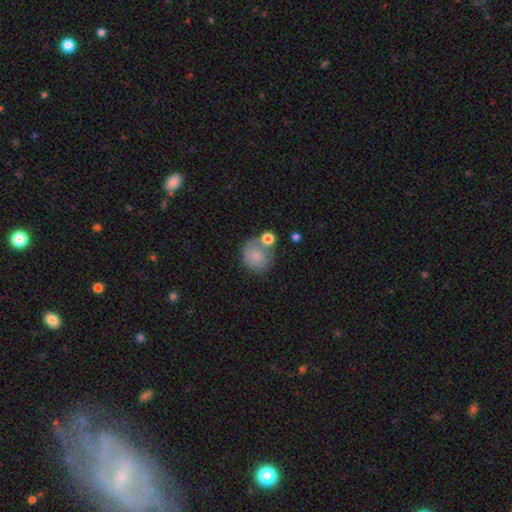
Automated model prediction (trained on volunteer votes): Morphology: type=smooth (81%); roundness=round (79%); merging=none (55%).